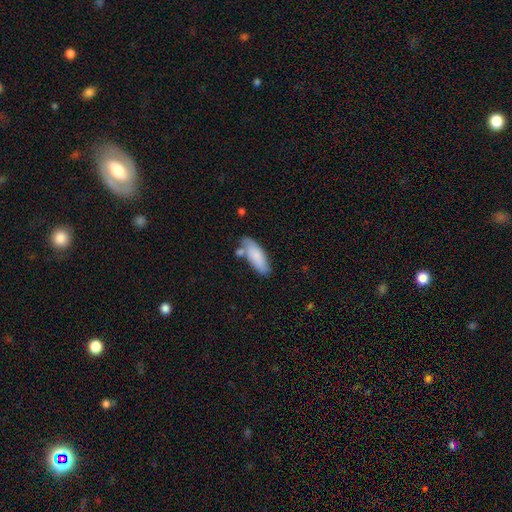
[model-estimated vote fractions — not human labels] Morphology: type=smooth (78%); roundness=in between (69%); merging=none (64%).